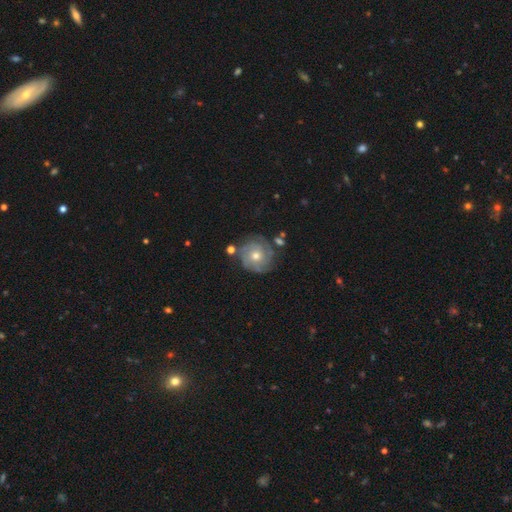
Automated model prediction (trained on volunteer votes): This is likely a featured or disk galaxy (77%). It is clearly not viewed edge-on (98%). Bar: clearly no (82%). Spiral arm pattern: clearly yes (92%). Spiral arm count: marginally can't tell (33%). Spiral winding: likely tight (73%). Central bulge: likely moderate (64%). Merging: likely none (74%).